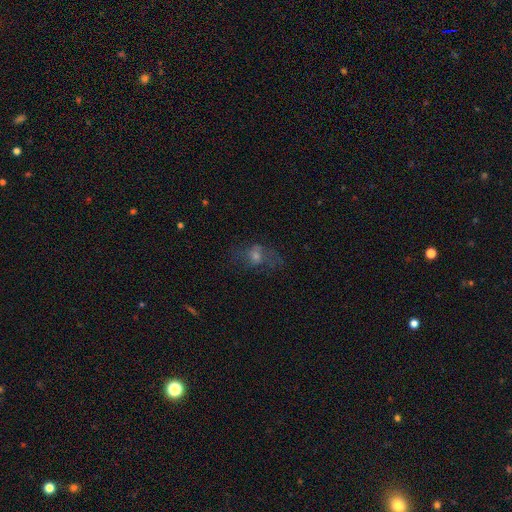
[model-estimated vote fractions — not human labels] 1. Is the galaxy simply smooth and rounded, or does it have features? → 37% smooth, 36% featured or disk, 28% star or artifact.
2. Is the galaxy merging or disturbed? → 54% none, 23% major disturbance, 20% minor disturbance, 3% merger.